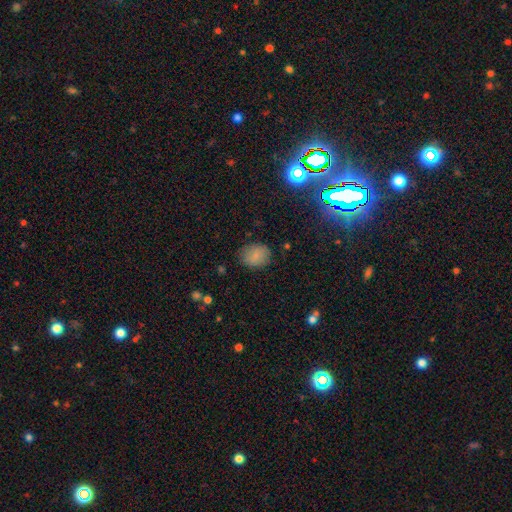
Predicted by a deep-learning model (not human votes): smooth 82%, star or artifact 10%, featured or disk 7%. Down the decision tree: how rounded — round (56%); merging — none (82%).